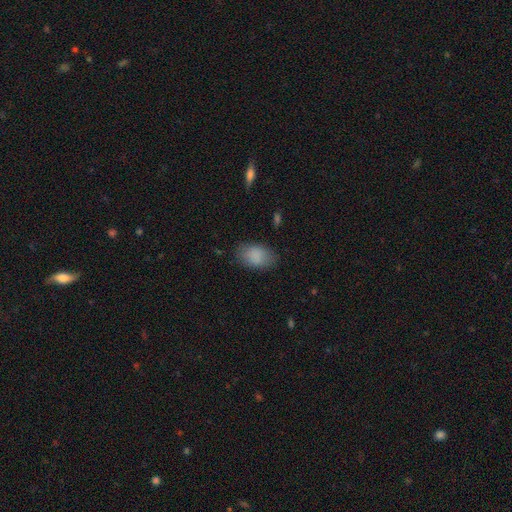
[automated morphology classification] This is clearly a smooth galaxy (87%). How rounded: clearly in between (89%). Merging: likely none (79%).